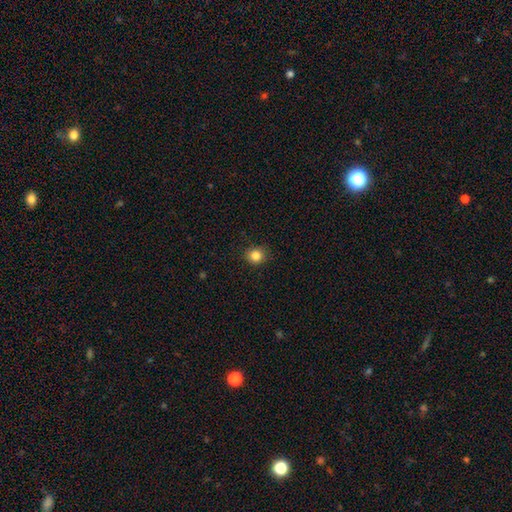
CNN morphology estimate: Smooth or featured?
  - smooth: 84% *
  - star or artifact: 11%
  - featured or disk: 4%
How rounded?
  - round: 87% *
  - in between: 12%
  - cigar-shaped: 1%
Merging?
  - none: 89% *
  - minor disturbance: 8%
  - major disturbance: 2%
  - merger: 1%